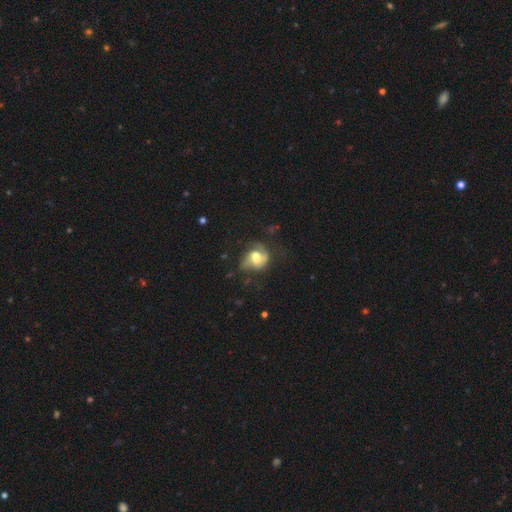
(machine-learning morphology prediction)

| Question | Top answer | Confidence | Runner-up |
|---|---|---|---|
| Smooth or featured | featured or disk | 49% | smooth (42%) |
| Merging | none | 34% | major disturbance (30%) |